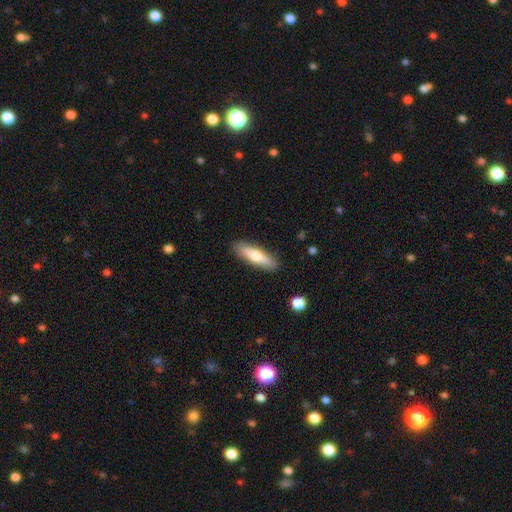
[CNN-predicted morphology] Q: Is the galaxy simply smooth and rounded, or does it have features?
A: smooth — 60%.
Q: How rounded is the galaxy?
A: cigar-shaped — 67%.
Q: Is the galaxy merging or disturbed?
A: none — 87%.